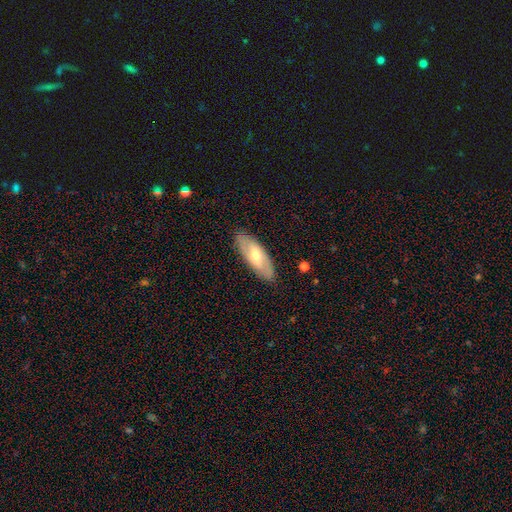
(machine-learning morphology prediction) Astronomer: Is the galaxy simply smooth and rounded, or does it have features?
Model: featured or disk — 51% (runner-up: smooth, 44%).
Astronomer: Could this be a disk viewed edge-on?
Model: no — 78%.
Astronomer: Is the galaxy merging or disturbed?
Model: none — 86%.